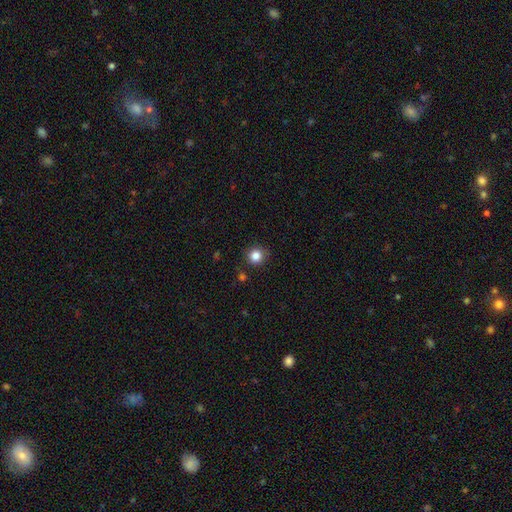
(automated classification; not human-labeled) Q: Smooth or featured?
A: smooth (84%); runner-up: star or artifact (12%)
Q: How rounded?
A: round (91%); runner-up: in between (8%)
Q: Merging?
A: none (88%); runner-up: minor disturbance (8%)